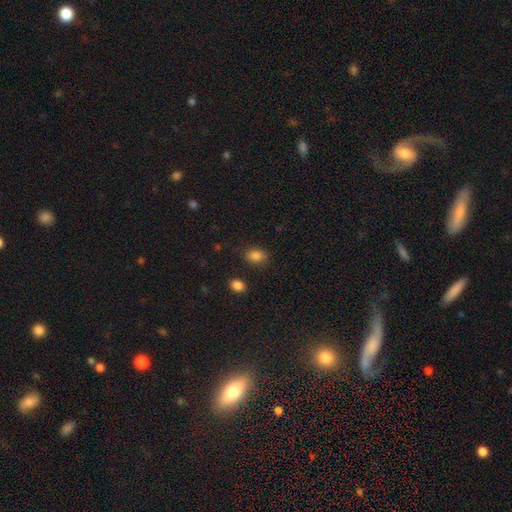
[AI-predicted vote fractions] Smooth or featured: smooth — 85% (star or artifact — 10%)
How rounded: in between — 73% (round — 26%)
Merging: none — 83% (minor disturbance — 11%)